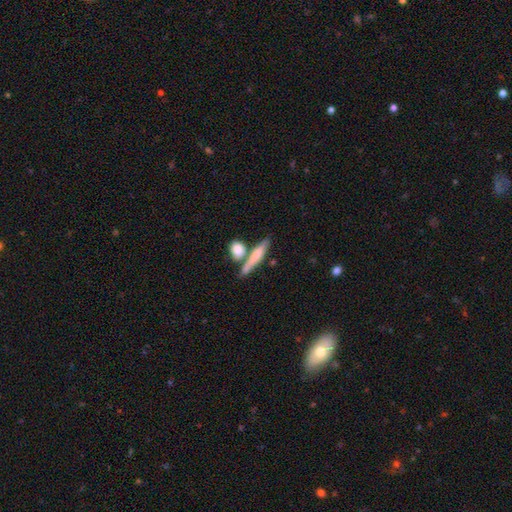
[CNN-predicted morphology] Smooth or featured?
  - smooth: 66% *
  - featured or disk: 28%
  - star or artifact: 6%
How rounded?
  - cigar-shaped: 73% *
  - in between: 21%
  - round: 6%
Merging?
  - none: 57% *
  - merger: 26%
  - minor disturbance: 12%
  - major disturbance: 5%